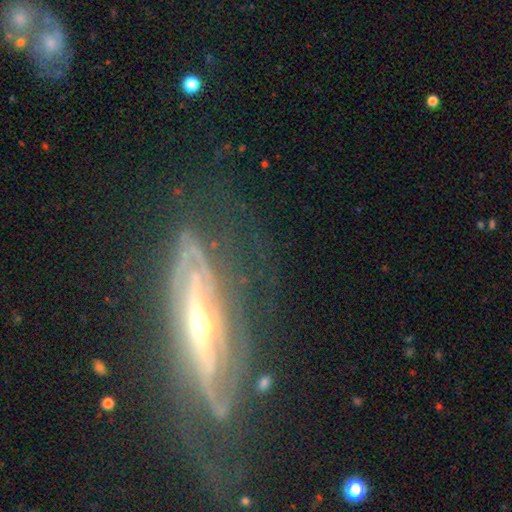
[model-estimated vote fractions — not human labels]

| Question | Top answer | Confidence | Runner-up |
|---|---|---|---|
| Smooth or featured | featured or disk | 84% | smooth (9%) |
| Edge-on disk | no | 57% | yes (43%) |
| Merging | none | 62% | minor disturbance (21%) |